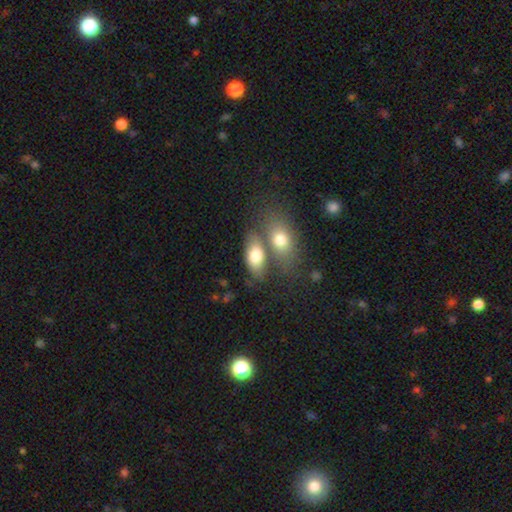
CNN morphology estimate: Q: Smooth or featured?
A: smooth (75%); runner-up: featured or disk (17%)
Q: How rounded?
A: in between (88%); runner-up: round (7%)
Q: Merging?
A: merger (45%); runner-up: none (38%)